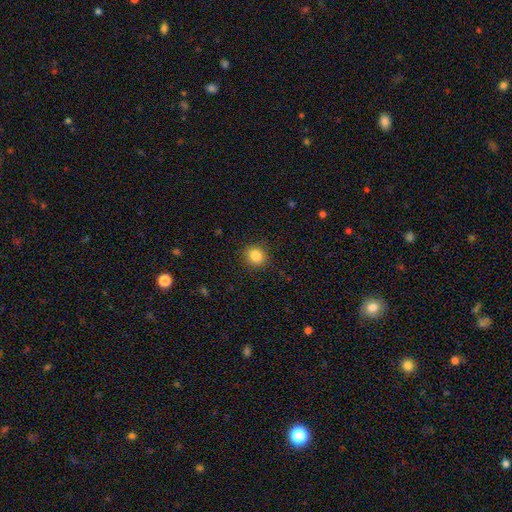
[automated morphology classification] Smooth or featured? smooth (85%)
How rounded? round (88%)
Merging? none (90%)